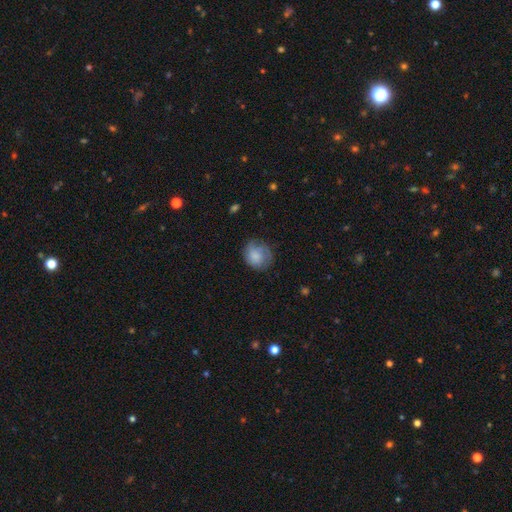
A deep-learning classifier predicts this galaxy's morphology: smooth_or_featured: smooth (p=0.70) [alt: featured or disk p=0.23]
how_rounded: round (p=0.71) [alt: in between p=0.28]
merging: none (p=0.62) [alt: minor disturbance p=0.25]